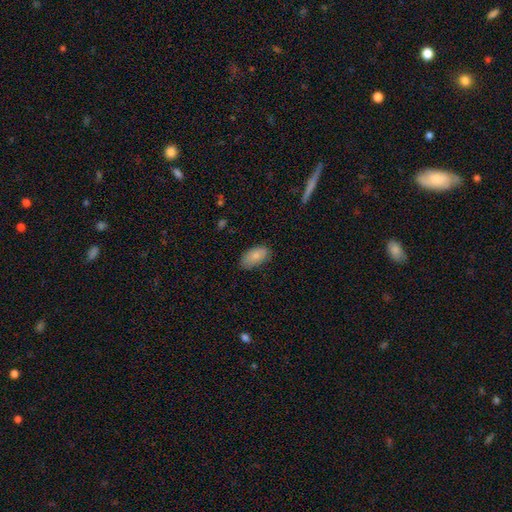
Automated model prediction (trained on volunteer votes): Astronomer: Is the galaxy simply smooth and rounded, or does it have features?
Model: smooth — 85%.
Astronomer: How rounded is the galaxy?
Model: in between — 94%.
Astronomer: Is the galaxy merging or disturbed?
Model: none — 80%.